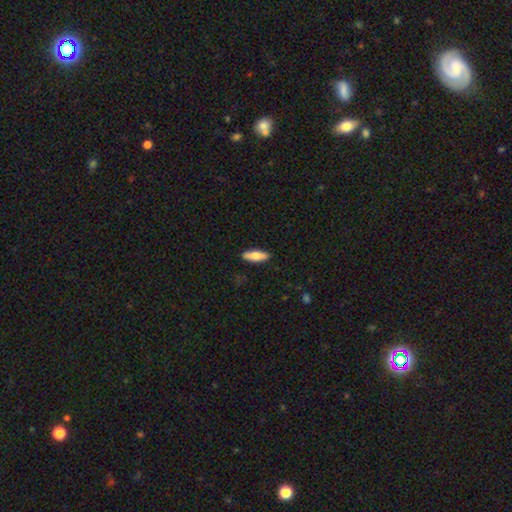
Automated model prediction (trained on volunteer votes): The model was most divided on "how rounded": in between: 49%, cigar-shaped: 48%, round: 2%. More confident: merging — none (89%); smooth or featured — smooth (72%).